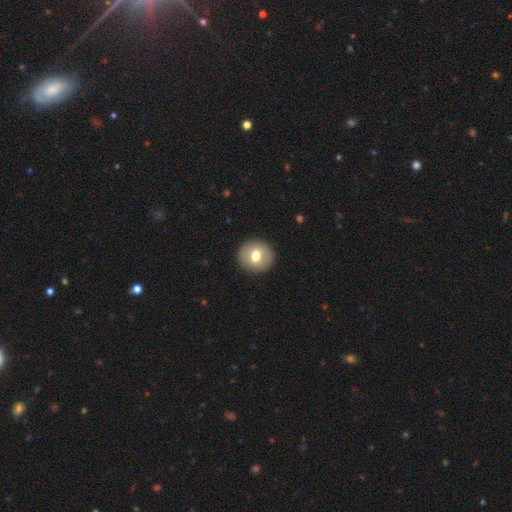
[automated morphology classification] Smooth or featured? smooth (68%)
How rounded? round (88%)
Merging? none (91%)